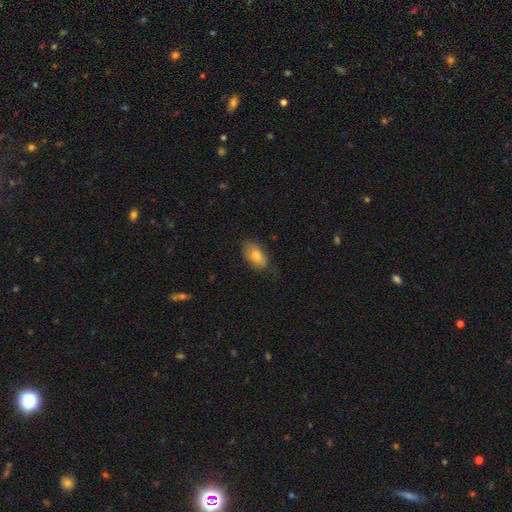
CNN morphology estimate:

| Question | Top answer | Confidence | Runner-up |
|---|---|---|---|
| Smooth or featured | smooth | 74% | featured or disk (18%) |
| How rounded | in between | 91% | round (6%) |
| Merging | none | 74% | minor disturbance (21%) |